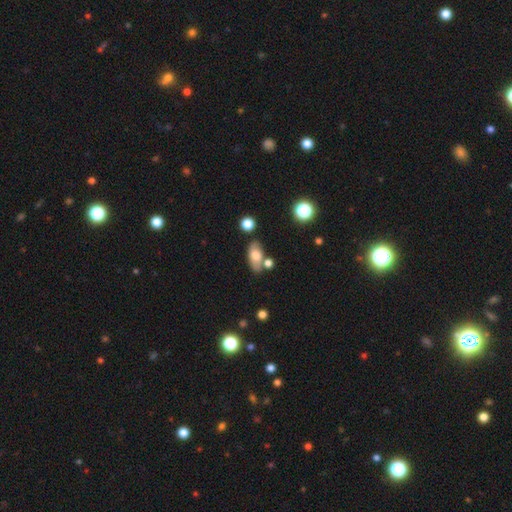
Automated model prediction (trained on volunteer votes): Smooth or featured? Predicted: smooth (p=0.68). How rounded? Predicted: in between (p=0.85). Merging? Predicted: none (p=0.65).